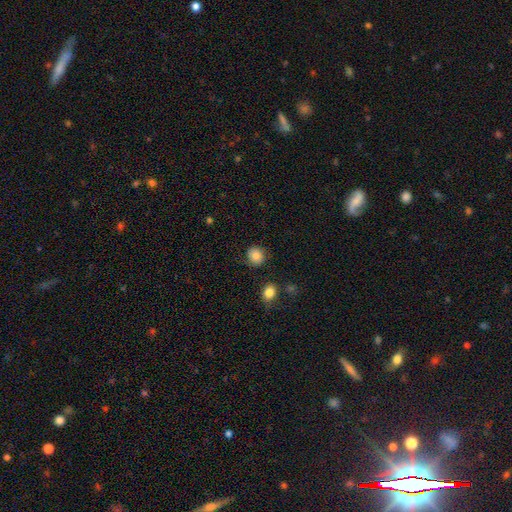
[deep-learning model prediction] Smooth or featured? Predicted: smooth (p=0.84). How rounded? Predicted: round (p=0.86). Merging? Predicted: none (p=0.80).